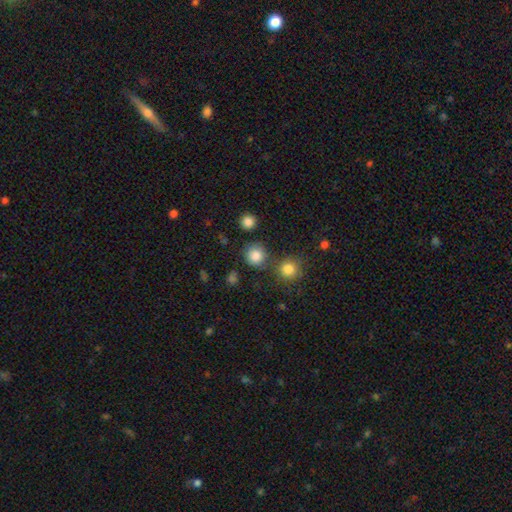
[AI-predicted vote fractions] This is clearly a smooth galaxy (84%). How rounded: clearly round (90%). Merging: likely none (75%).